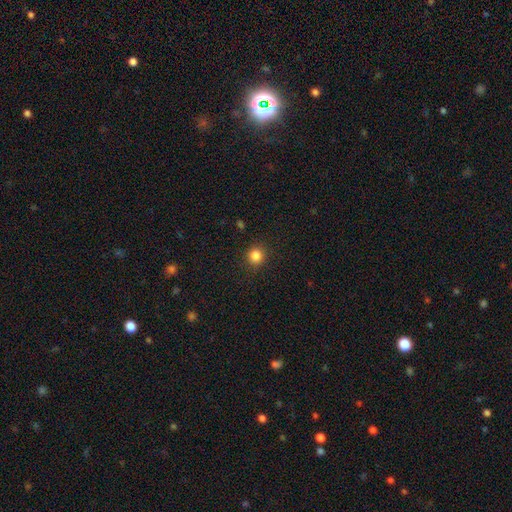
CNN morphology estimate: Smooth or featured? smooth (84%)
How rounded? round (90%)
Merging? none (90%)